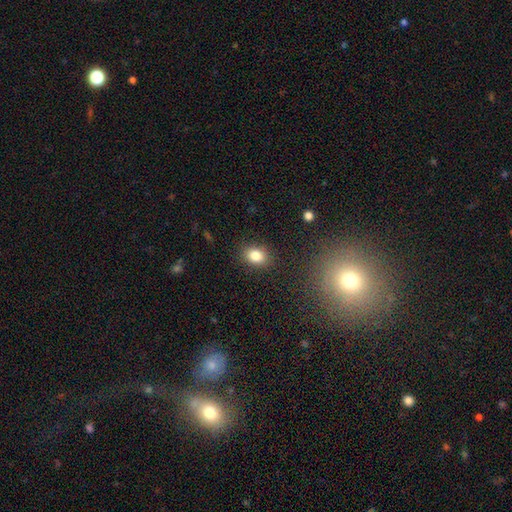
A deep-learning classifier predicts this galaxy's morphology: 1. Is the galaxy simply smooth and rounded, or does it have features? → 84% smooth, 10% star or artifact, 6% featured or disk.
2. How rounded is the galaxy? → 64% in between, 35% round, 1% cigar-shaped.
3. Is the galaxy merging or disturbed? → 86% none, 9% minor disturbance, 3% major disturbance, 1% merger.